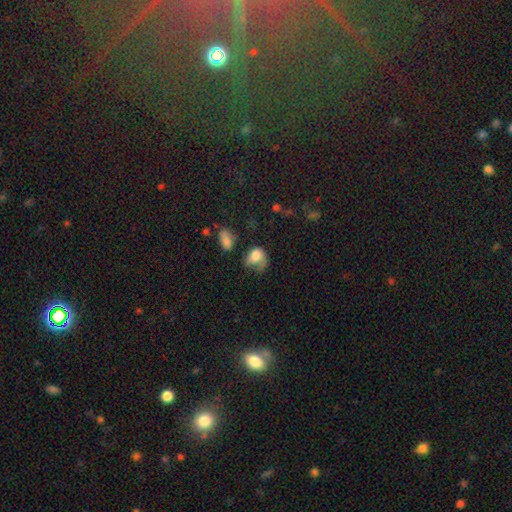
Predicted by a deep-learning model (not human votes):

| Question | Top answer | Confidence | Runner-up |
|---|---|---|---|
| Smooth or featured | smooth | 66% | featured or disk (25%) |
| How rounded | in between | 60% | round (39%) |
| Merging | major disturbance | 43% | minor disturbance (27%) |